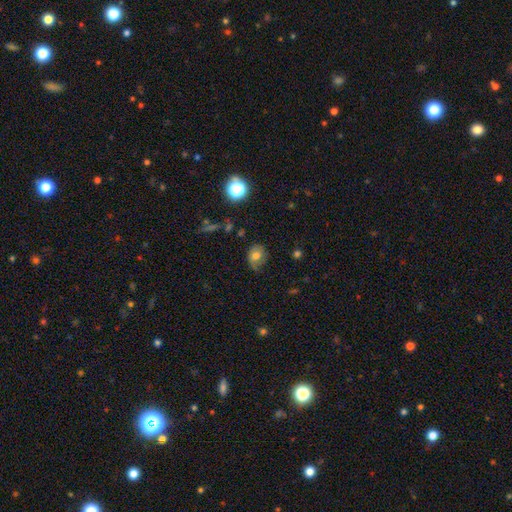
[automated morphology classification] smooth-or-featured: smooth: 70% | featured or disk: 17% | star or artifact: 13%
  how-rounded: round: 50% | in between: 49% | cigar-shaped: 1%
  merging: none: 61% | minor disturbance: 29% | major disturbance: 8% | merger: 2%